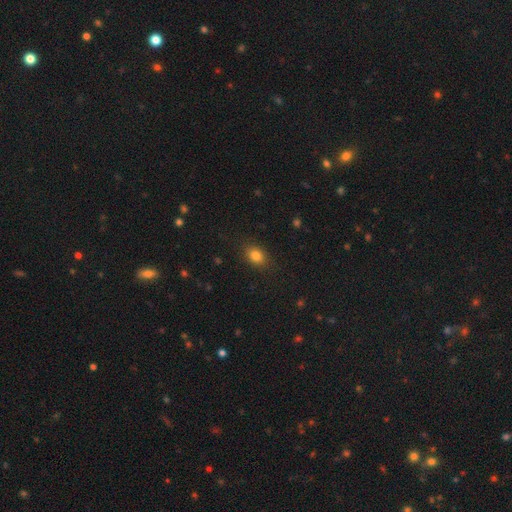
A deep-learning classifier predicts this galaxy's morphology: Smooth or featured? Predicted: smooth (p=0.83). How rounded? Predicted: in between (p=0.65). Merging? Predicted: none (p=0.86).